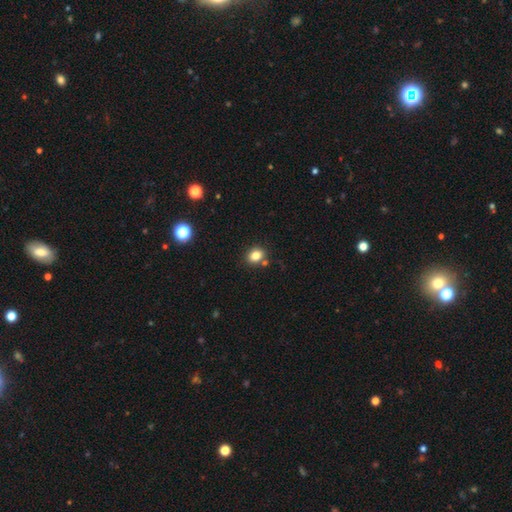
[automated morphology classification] smooth-or-featured: smooth: 82% | star or artifact: 12% | featured or disk: 6%
  how-rounded: round: 51% | in between: 48% | cigar-shaped: 1%
  merging: none: 78% | minor disturbance: 10% | merger: 9% | major disturbance: 3%